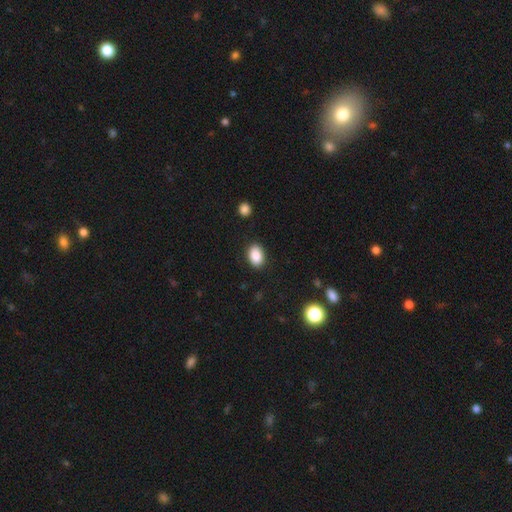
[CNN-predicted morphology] smooth 88%, star or artifact 8%, featured or disk 4%. Down the decision tree: how rounded — in between (81%); merging — none (88%).